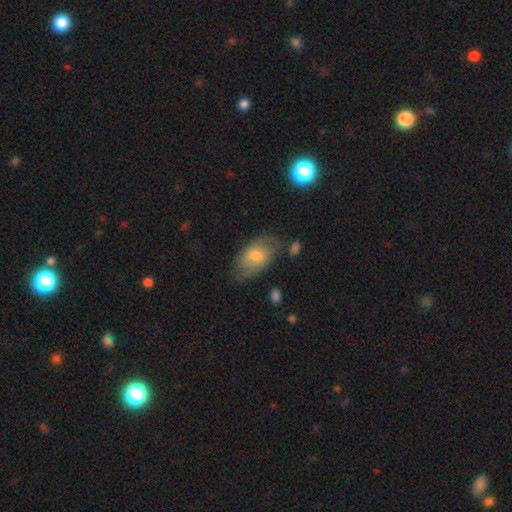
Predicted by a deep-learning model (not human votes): This appears to be a smooth galaxy with no disk features (57%) that is in between round and cigar-shaped (90%). Merging: none (61%).